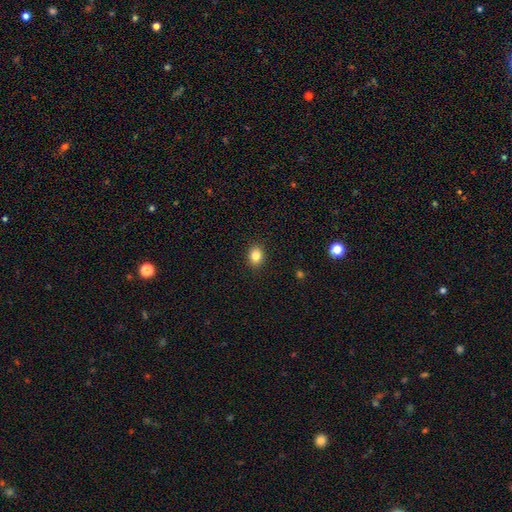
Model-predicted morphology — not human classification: Smooth or featured? smooth (84%)
How rounded? round (50%)
Merging? none (90%)